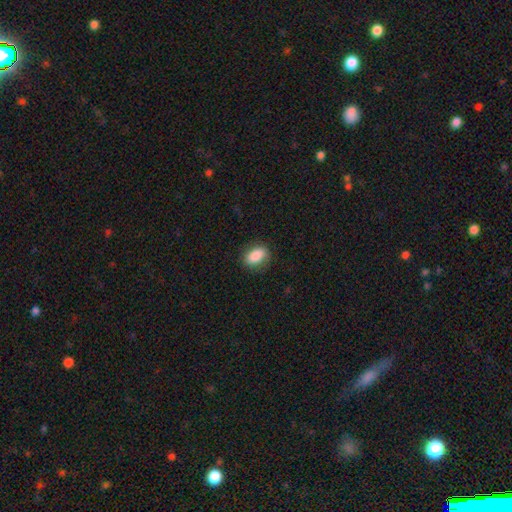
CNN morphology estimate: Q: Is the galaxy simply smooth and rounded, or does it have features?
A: smooth — 85%.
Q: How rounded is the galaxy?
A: in between — 85%.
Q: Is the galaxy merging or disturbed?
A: none — 81%.